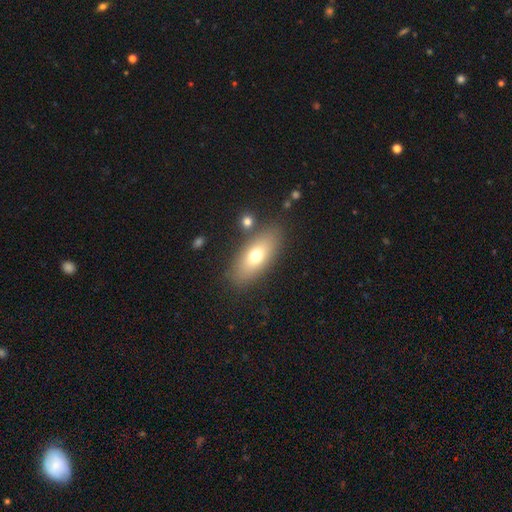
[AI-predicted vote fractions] Overall: smooth (69%). How rounded: in between (81%). Merging: none (82%).